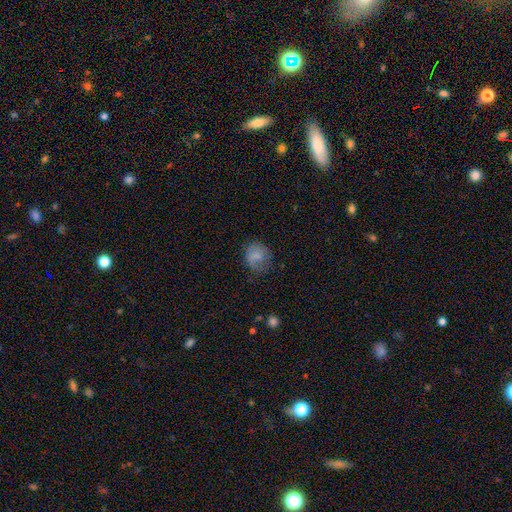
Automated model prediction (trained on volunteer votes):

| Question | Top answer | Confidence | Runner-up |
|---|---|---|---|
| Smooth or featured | smooth | 70% | featured or disk (21%) |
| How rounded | round | 73% | in between (26%) |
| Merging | none | 59% | minor disturbance (25%) |